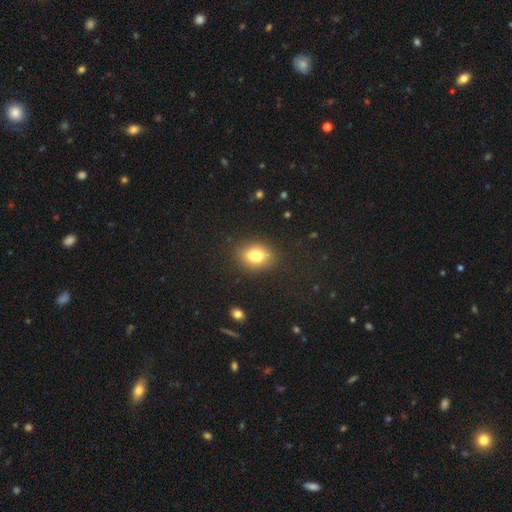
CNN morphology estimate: Overall: smooth (79%). How rounded: in between (67%; round 31%). Merging: none (79%).